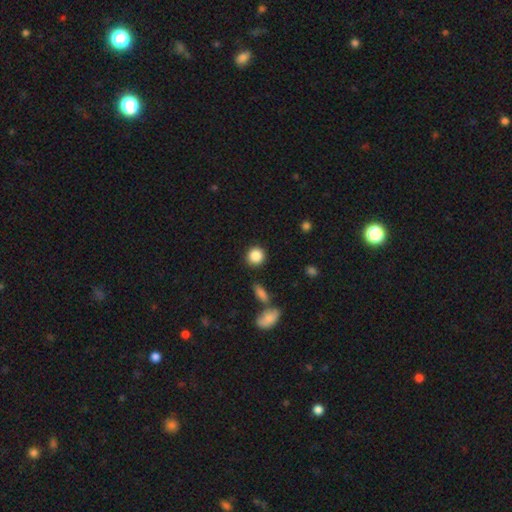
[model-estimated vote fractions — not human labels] Overall: smooth (87%). How rounded: round (89%). Merging: none (86%).